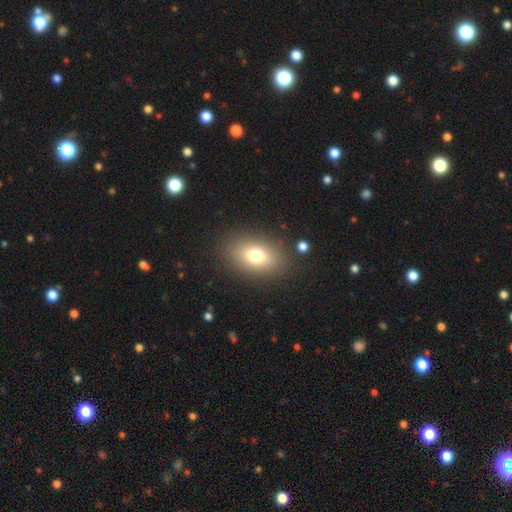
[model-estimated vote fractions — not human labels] Smooth or featured: smooth — 74% (featured or disk — 15%)
How rounded: in between — 80% (round — 18%)
Merging: none — 86% (minor disturbance — 9%)